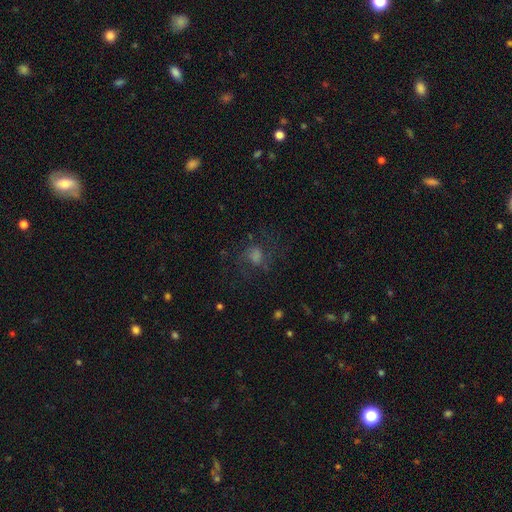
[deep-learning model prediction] Smooth or featured? Predicted: featured or disk (p=0.39). Merging? Predicted: none (p=0.60).